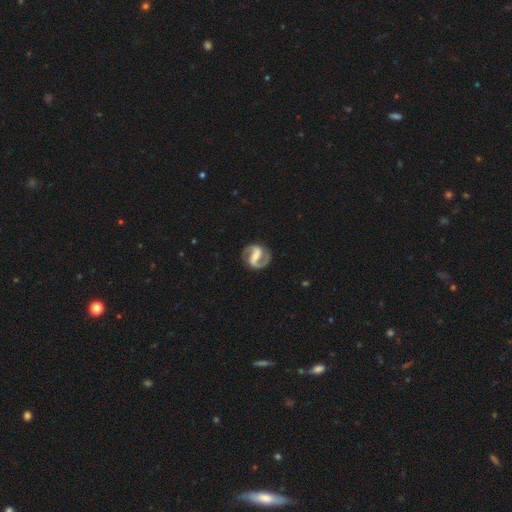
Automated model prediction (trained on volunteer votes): Smooth or featured?
  - featured or disk: 91% *
  - smooth: 5%
  - star or artifact: 4%
Edge-on disk?
  - no: 98% *
  - yes: 2%
Bar?
  - strong: 53% *
  - weak: 34%
  - no: 13%
Spiral arms?
  - yes: 98% *
  - no: 2%
Spiral winding?
  - medium: 59% *
  - tight: 21%
  - loose: 20%
Spiral arm count?
  - 2: 94% *
  - can't tell: 2%
  - 1: 2%
  - 3: 1%
  - 4: 1%
  - more than 4: 1%
Bulge size?
  - none: 33% *
  - moderate: 28%
  - small: 28%
  - large: 9%
  - dominant: 2%
Merging?
  - none: 85% *
  - minor disturbance: 10%
  - major disturbance: 4%
  - merger: 1%